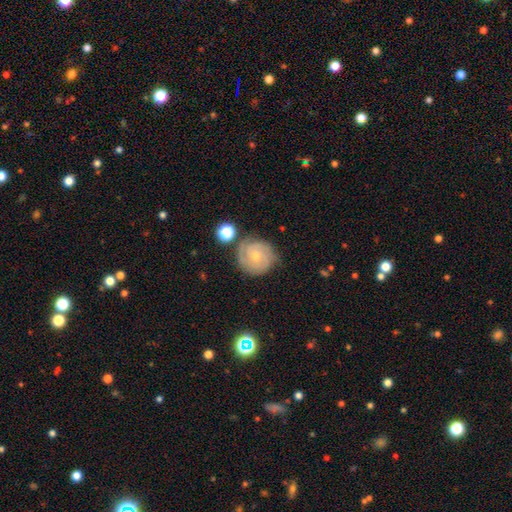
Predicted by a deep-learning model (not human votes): Q: Smooth or featured?
A: featured or disk (76%); runner-up: smooth (17%)
Q: Edge-on disk?
A: no (98%); runner-up: yes (2%)
Q: Bar?
A: no (73%); runner-up: weak (23%)
Q: Spiral arms?
A: yes (94%); runner-up: no (6%)
Q: Spiral winding?
A: tight (72%); runner-up: medium (23%)
Q: Spiral arm count?
A: 2 (35%); runner-up: 3 (28%)
Q: Bulge size?
A: small (63%); runner-up: moderate (34%)
Q: Merging?
A: none (74%); runner-up: minor disturbance (17%)